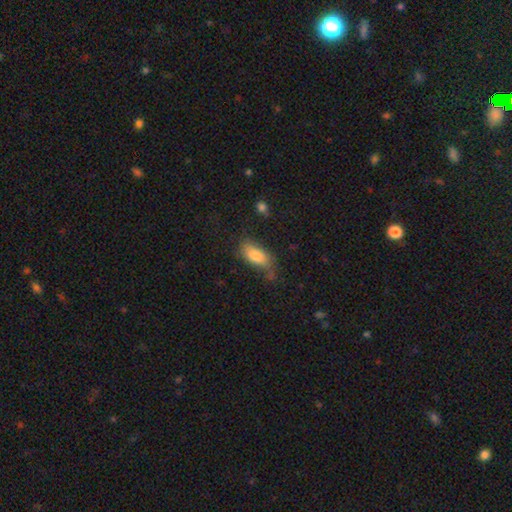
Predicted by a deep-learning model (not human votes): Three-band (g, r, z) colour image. It shows a smooth galaxy with no disk features (76%) that is in between round and cigar-shaped (85%). Merging: none (54%).